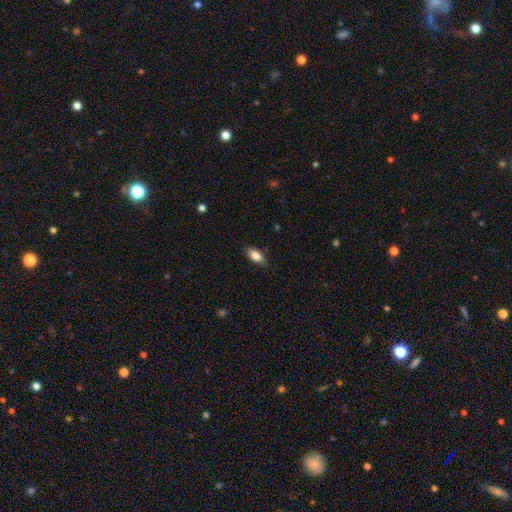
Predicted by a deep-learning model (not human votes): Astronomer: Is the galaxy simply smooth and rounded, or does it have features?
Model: smooth — 84%.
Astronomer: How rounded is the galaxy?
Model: in between — 88%.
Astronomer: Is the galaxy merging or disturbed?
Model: none — 84%.